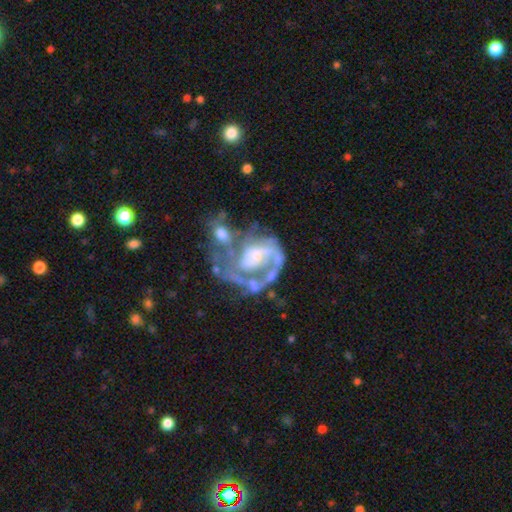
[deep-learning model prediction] This appears to be a featured or disk galaxy (83%) with no bar (60%), 1 (45%) tight (43%) spiral arms (82%) and a moderate central bulge (37%). Merging: major disturbance (31%).